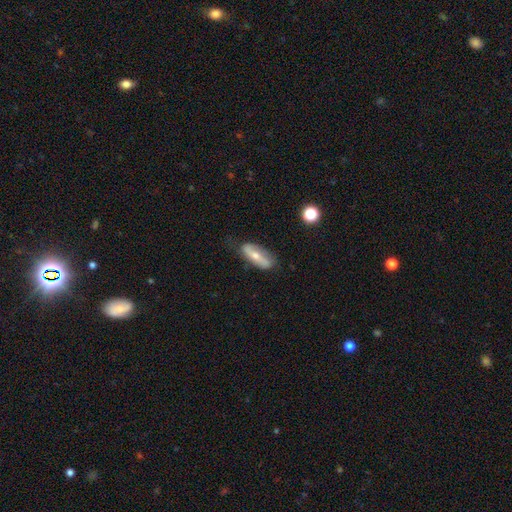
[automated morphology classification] featured or disk 51%, smooth 42%, star or artifact 6%. Down the decision tree: edge-on disk — no (77%); merging — none (69%).